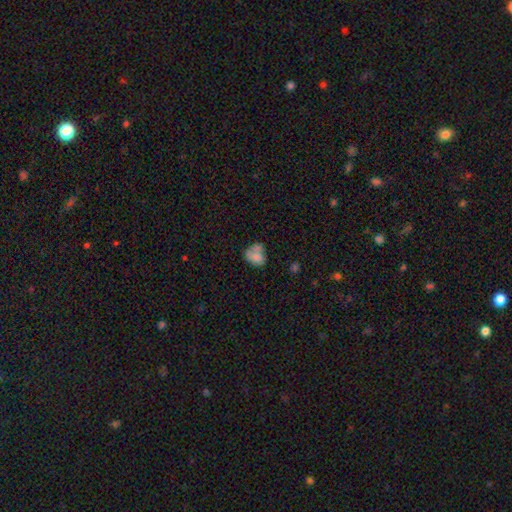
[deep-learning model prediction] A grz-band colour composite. It shows a smooth galaxy with no disk features (70%) that is in between round and cigar-shaped (55%). Merging: none (36%).